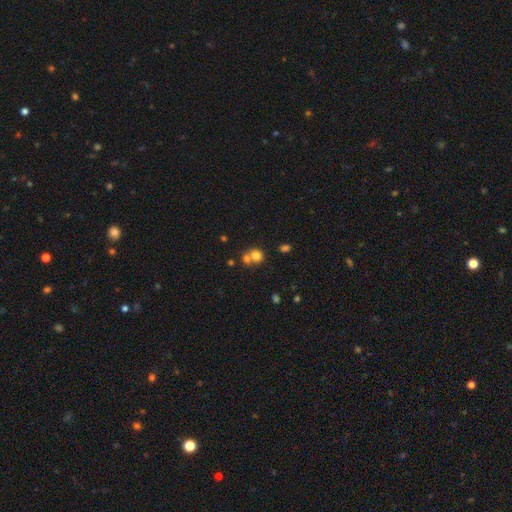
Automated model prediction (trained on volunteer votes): smooth_or_featured: smooth (p=0.76) [alt: star or artifact p=0.13]
how_rounded: round (p=0.79) [alt: in between p=0.20]
merging: merger (p=0.46) [alt: none p=0.44]